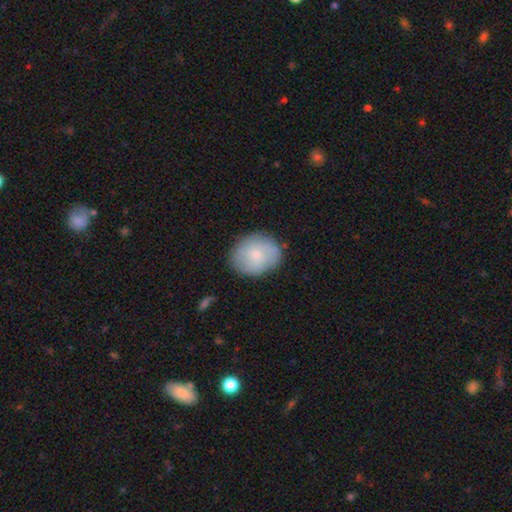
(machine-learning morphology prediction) Smooth or featured? smooth (64%)
How rounded? round (55%)
Merging? none (78%)